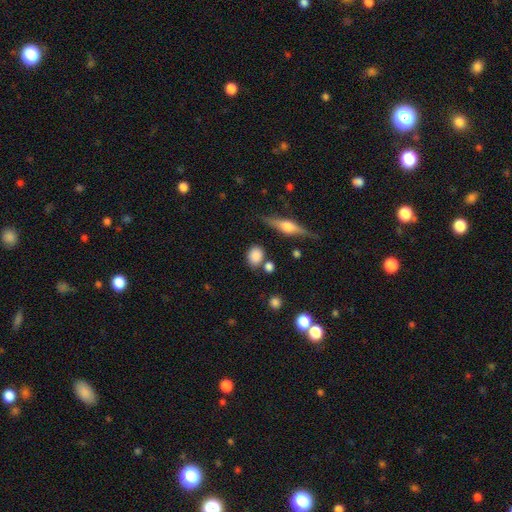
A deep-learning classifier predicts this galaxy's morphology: smooth-or-featured: smooth: 81% | featured or disk: 10% | star or artifact: 9%
  how-rounded: round: 56% | in between: 41% | cigar-shaped: 3%
  merging: none: 72% | minor disturbance: 15% | merger: 9% | major disturbance: 5%